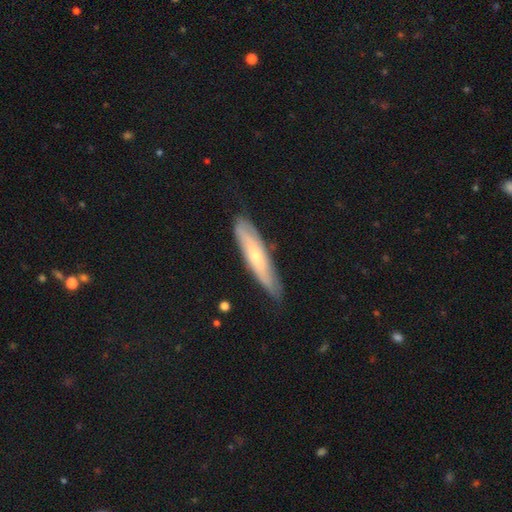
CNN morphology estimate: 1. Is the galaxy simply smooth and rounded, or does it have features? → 51% featured or disk, 42% smooth, 6% star or artifact.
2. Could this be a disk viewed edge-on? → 55% yes, 45% no.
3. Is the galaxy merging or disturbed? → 77% none, 18% minor disturbance, 3% major disturbance, 1% merger.